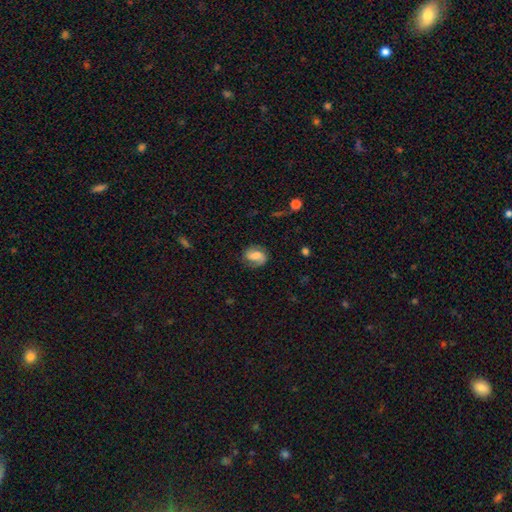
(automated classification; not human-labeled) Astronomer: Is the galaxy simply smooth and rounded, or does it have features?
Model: featured or disk — 61%.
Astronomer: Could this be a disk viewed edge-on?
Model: no — 97%.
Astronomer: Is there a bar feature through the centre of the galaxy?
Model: weak — 43% (runner-up: no, 39%).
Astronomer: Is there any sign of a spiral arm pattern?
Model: yes — 91%.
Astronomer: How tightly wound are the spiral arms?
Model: medium — 43% (runner-up: loose, 34%).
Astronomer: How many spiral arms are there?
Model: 2 — 84%.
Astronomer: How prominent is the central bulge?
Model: moderate — 49% (runner-up: small, 25%).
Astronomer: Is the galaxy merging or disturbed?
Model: none — 77%.